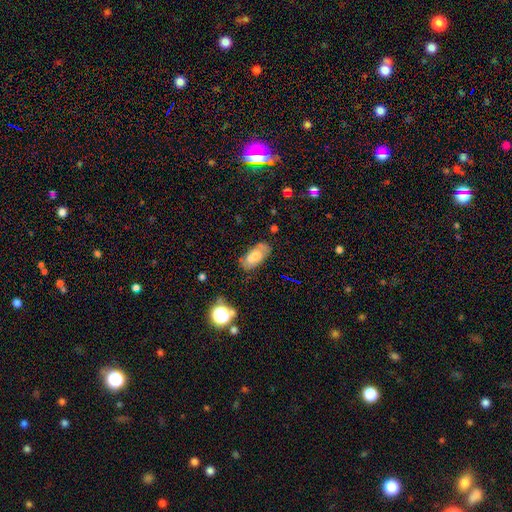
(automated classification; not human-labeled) Smooth or featured: smooth — 51% (featured or disk — 39%)
How rounded: in between — 88% (cigar-shaped — 7%)
Merging: none — 59% (minor disturbance — 21%)